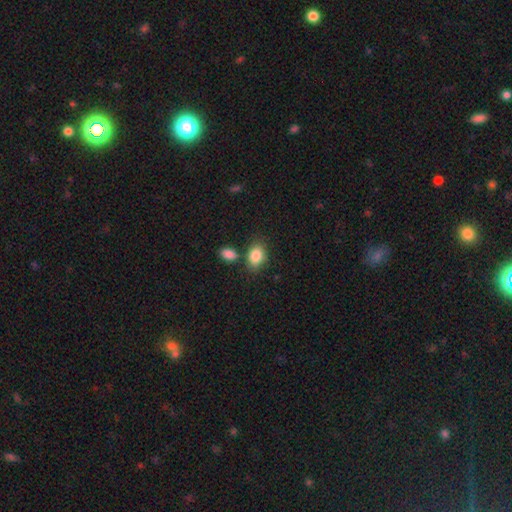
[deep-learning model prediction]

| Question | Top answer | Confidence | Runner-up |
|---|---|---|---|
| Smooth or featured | smooth | 86% | star or artifact (8%) |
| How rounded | in between | 77% | round (21%) |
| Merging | none | 68% | merger (14%) |